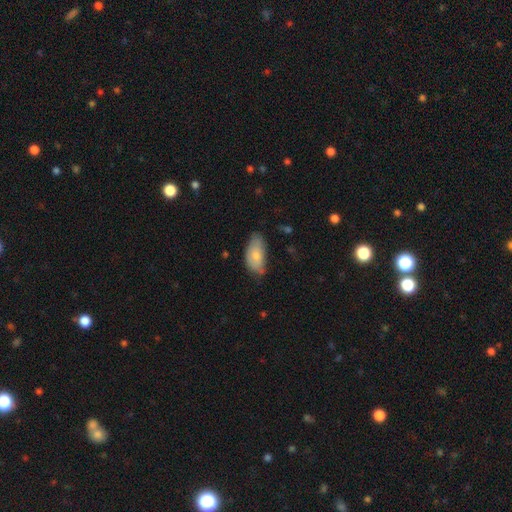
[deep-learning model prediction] A smooth galaxy with no disk features (77%) that is in between round and cigar-shaped (93%). Merging: none (54%).